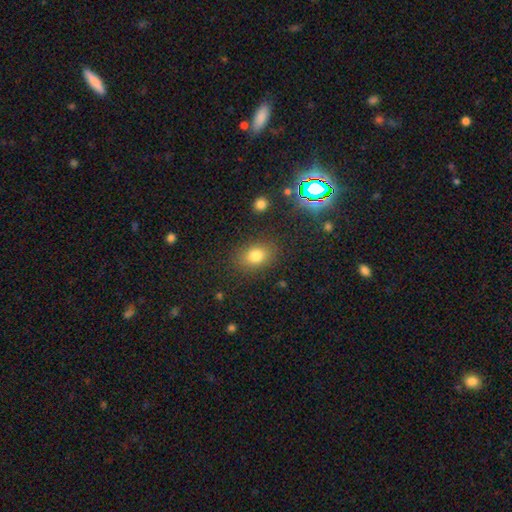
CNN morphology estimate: type=smooth (79%); roundness=in between (70%); merging=none (83%).